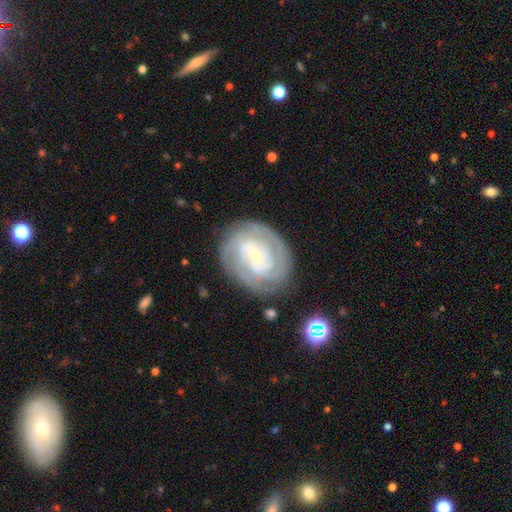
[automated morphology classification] A featured or disk galaxy (85%) with no bar (44%), 2 (28%) tight (74%) spiral arms (96%) and a small central bulge (76%). Merging: none (78%).